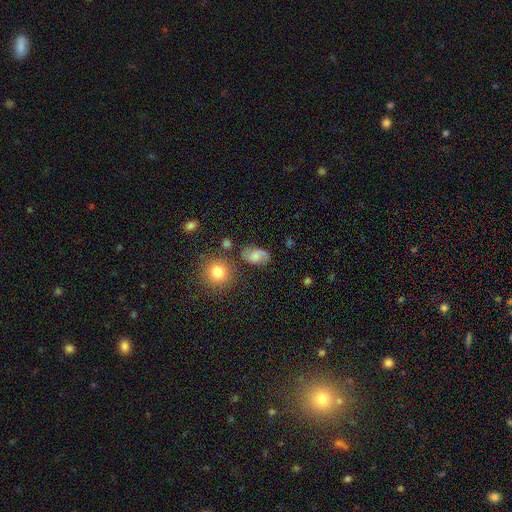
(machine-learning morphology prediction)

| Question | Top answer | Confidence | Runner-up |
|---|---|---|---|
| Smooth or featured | smooth | 48% | featured or disk (41%) |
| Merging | none | 65% | minor disturbance (21%) |